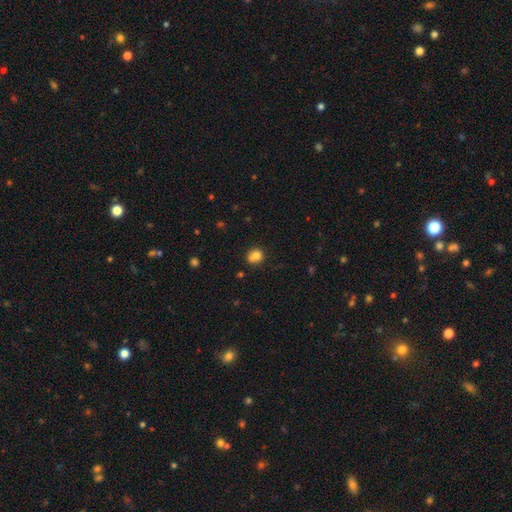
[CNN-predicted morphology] Smooth or featured: smooth — 76% (featured or disk — 12%)
How rounded: round — 76% (in between — 23%)
Merging: none — 50% (merger — 29%)